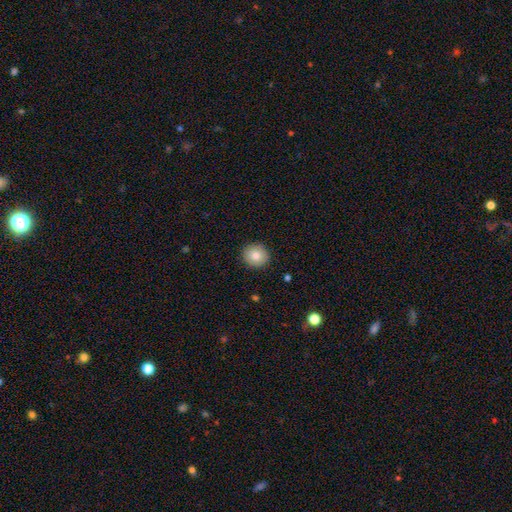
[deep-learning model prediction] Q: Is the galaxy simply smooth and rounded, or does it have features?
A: smooth — 83%.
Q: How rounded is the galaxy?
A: round — 87%.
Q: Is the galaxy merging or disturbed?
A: none — 90%.